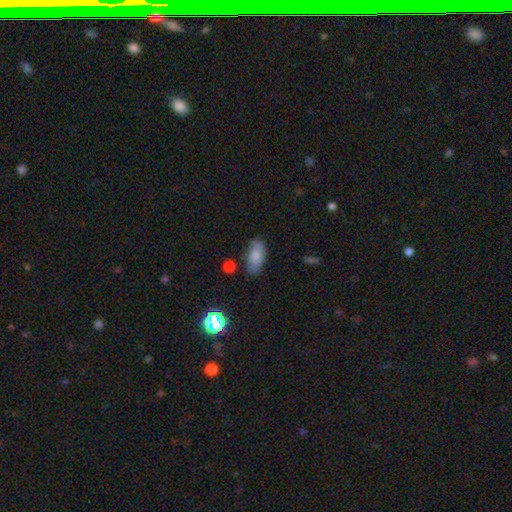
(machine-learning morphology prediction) Smooth or featured: smooth — 81% (featured or disk — 10%)
How rounded: in between — 90% (cigar-shaped — 6%)
Merging: none — 71% (minor disturbance — 21%)